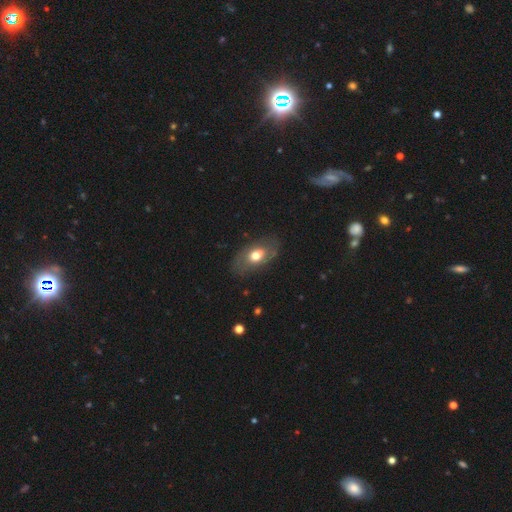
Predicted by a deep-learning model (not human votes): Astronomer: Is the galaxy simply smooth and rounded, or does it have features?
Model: smooth — 60%.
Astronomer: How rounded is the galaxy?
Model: in between — 88%.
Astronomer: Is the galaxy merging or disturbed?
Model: none — 74%.